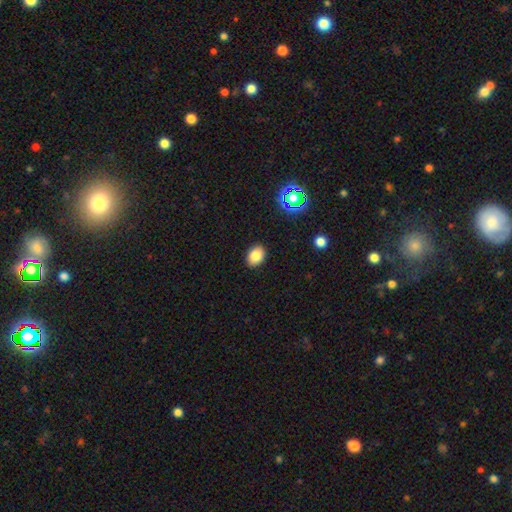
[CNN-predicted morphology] Smooth or featured?
  - smooth: 83% *
  - star or artifact: 11%
  - featured or disk: 6%
How rounded?
  - in between: 72% *
  - round: 27%
  - cigar-shaped: 1%
Merging?
  - none: 89% *
  - minor disturbance: 8%
  - major disturbance: 2%
  - merger: 1%